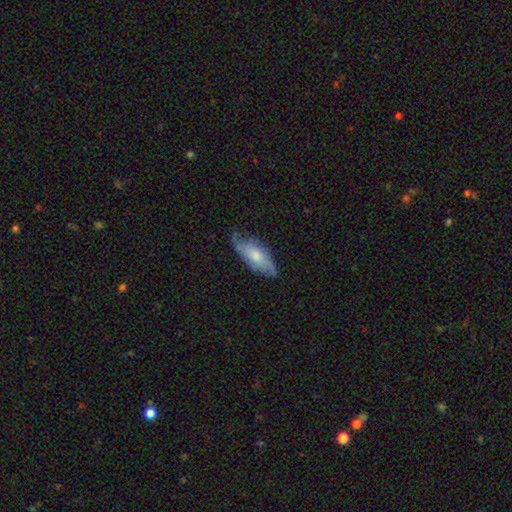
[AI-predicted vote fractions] Smooth or featured? Predicted: smooth (p=0.54). How rounded? Predicted: in between (p=0.71). Merging? Predicted: none (p=0.60).